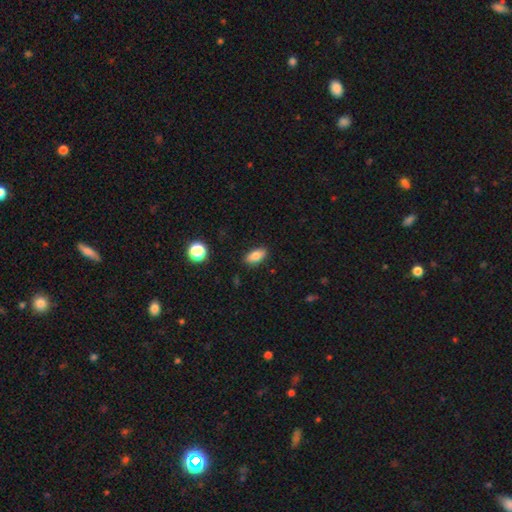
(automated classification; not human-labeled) Smooth or featured: smooth — 80% (featured or disk — 11%)
How rounded: in between — 87% (cigar-shaped — 8%)
Merging: none — 87% (minor disturbance — 10%)